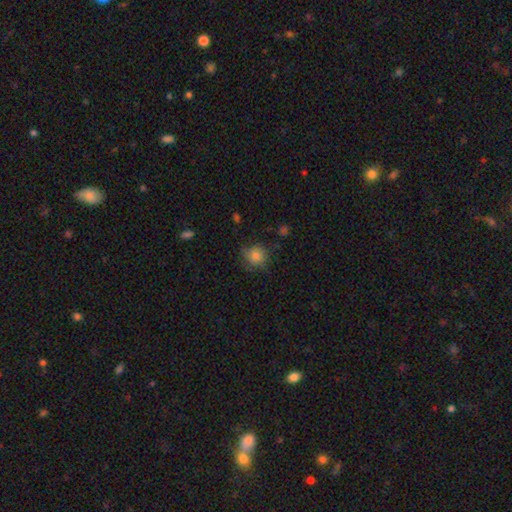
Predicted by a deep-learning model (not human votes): smooth 80%, star or artifact 10%, featured or disk 10%. Down the decision tree: how rounded — round (84%); merging — none (70%).